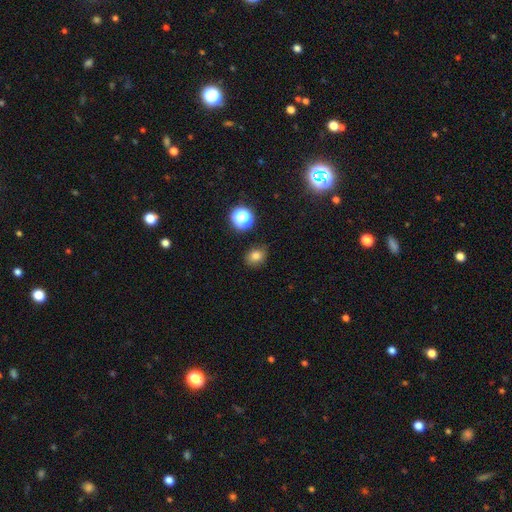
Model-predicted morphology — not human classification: Smooth or featured? smooth (78%)
How rounded? round (55%)
Merging? none (82%)